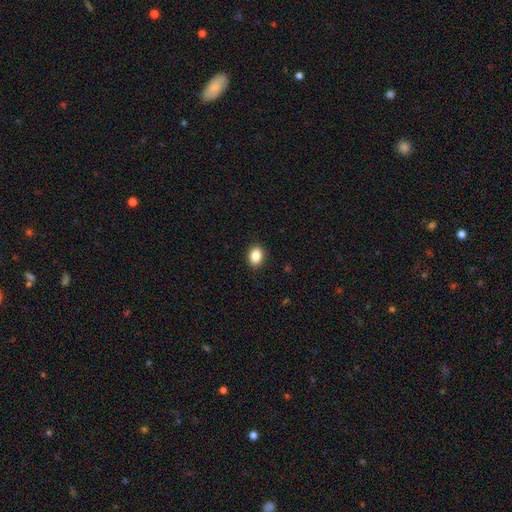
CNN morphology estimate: This appears to be a smooth galaxy with no disk features (86%) that is in between round and cigar-shaped (71%). Merging: none (90%).